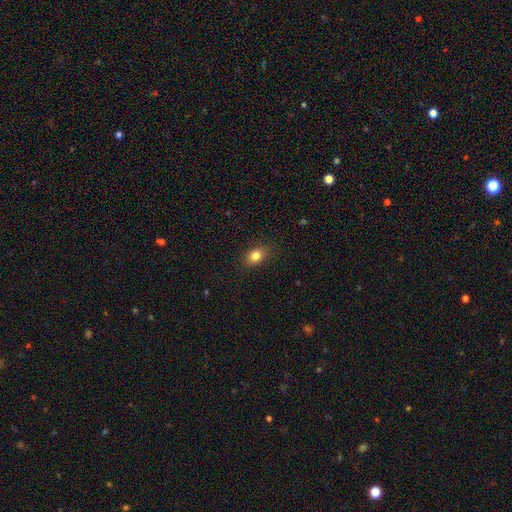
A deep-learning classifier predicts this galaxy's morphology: smooth 83%, star or artifact 11%, featured or disk 7%. Down the decision tree: how rounded — in between (62%); merging — none (85%).